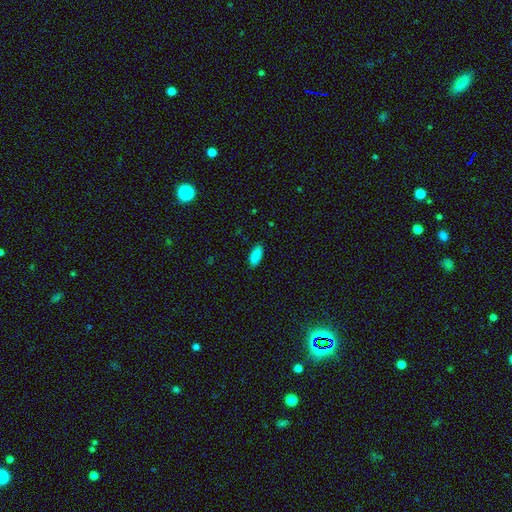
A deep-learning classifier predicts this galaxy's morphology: The model was most divided on "how rounded": in between: 85%, cigar-shaped: 13%, round: 2%. More confident: smooth or featured — smooth (89%); merging — none (88%).